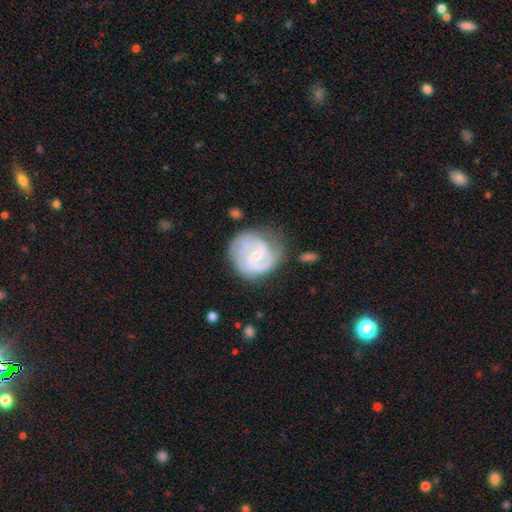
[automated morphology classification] The model was most divided on "spiral winding": medium: 45%, tight: 41%, loose: 15%. More confident: edge-on disk — no (98%); spiral arms — yes (94%); smooth or featured — featured or disk (81%); bulge size — small (67%); merging — none (65%); spiral arm count — 2 (59%); bar — weak (50%).